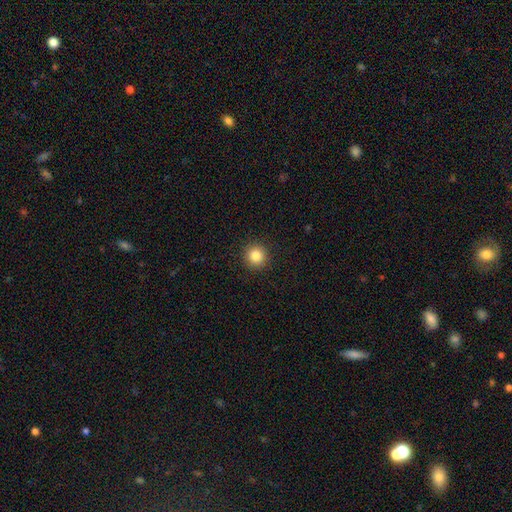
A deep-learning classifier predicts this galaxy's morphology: Smooth or featured?
  - smooth: 84% *
  - star or artifact: 11%
  - featured or disk: 5%
How rounded?
  - round: 95% *
  - in between: 4%
  - cigar-shaped: 1%
Merging?
  - none: 92% *
  - minor disturbance: 5%
  - major disturbance: 2%
  - merger: 1%